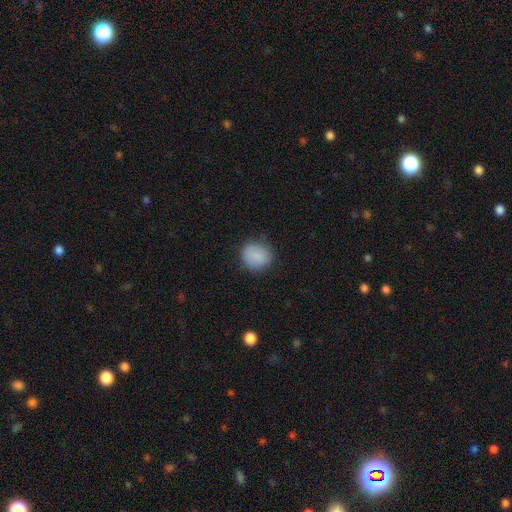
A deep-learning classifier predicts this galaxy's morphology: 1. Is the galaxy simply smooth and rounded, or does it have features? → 86% smooth, 8% star or artifact, 7% featured or disk.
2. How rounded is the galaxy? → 82% round, 17% in between, 1% cigar-shaped.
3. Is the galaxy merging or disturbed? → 82% none, 13% minor disturbance, 3% major disturbance, 1% merger.